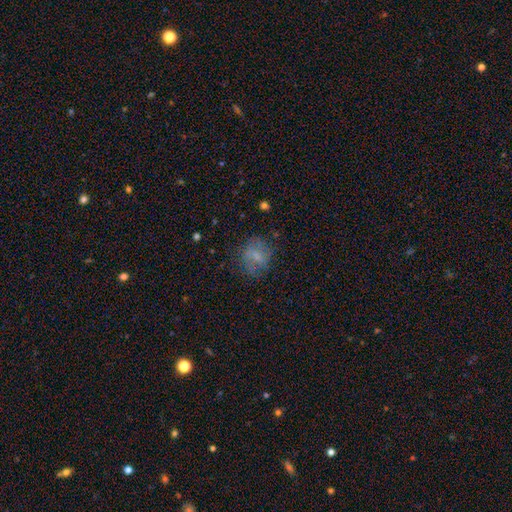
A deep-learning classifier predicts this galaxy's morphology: smooth_or_featured: smooth (p=0.47) [alt: featured or disk p=0.43]
merging: none (p=0.64) [alt: minor disturbance p=0.21]